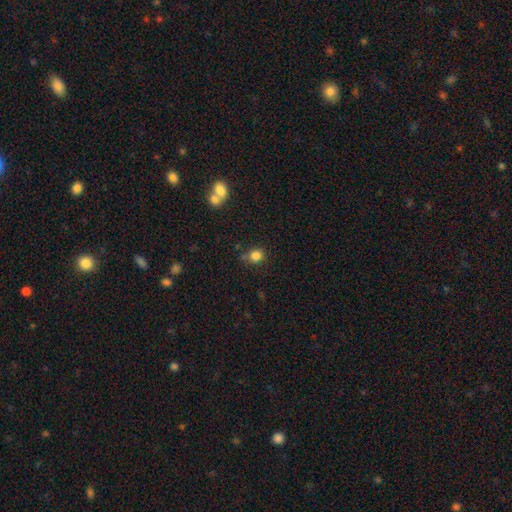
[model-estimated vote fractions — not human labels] The model was most divided on "merging": none: 69%, minor disturbance: 16%, merger: 10%, major disturbance: 5%. More confident: smooth or featured — smooth (82%); how rounded — round (77%).